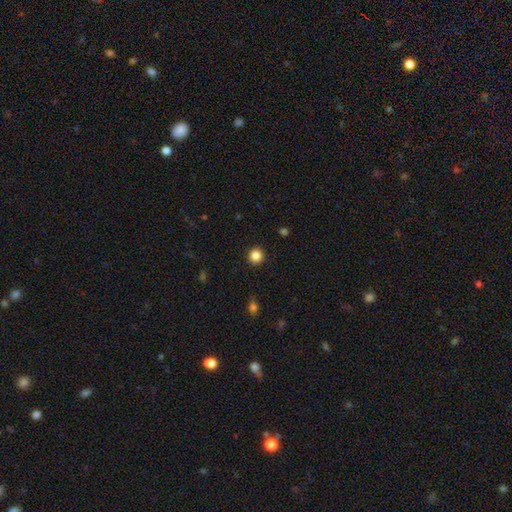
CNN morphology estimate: smooth-or-featured: smooth: 85% | star or artifact: 11% | featured or disk: 4%
  how-rounded: round: 95% | in between: 4% | cigar-shaped: 1%
  merging: none: 93% | minor disturbance: 4% | major disturbance: 2% | merger: 1%